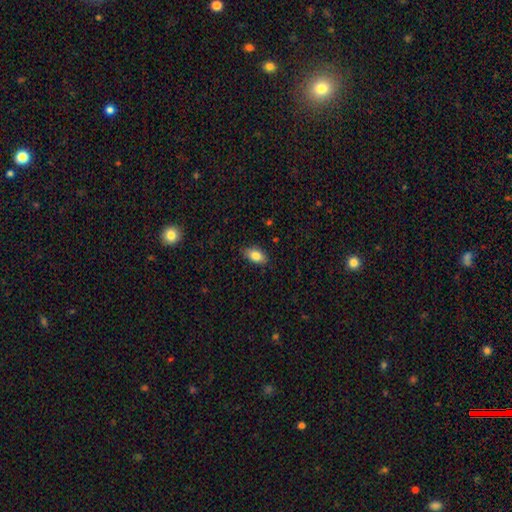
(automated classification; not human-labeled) smooth_or_featured: smooth (p=0.83) [alt: featured or disk p=0.09]
how_rounded: in between (p=0.90) [alt: round p=0.06]
merging: none (p=0.83) [alt: minor disturbance p=0.14]